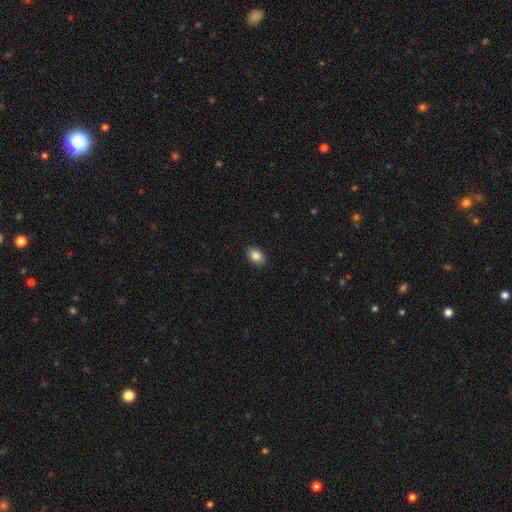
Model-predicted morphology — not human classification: Overall: smooth (85%). How rounded: in between (84%). Merging: none (88%).